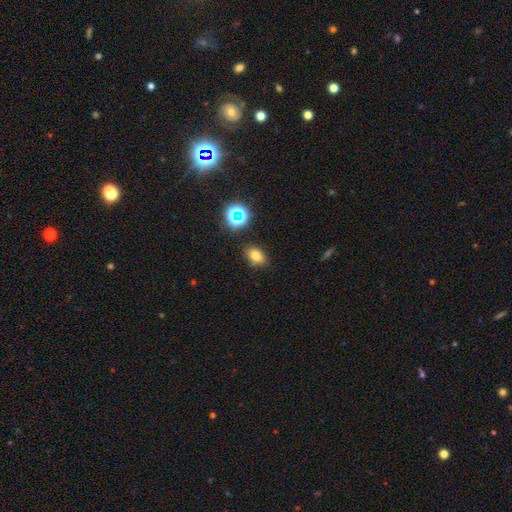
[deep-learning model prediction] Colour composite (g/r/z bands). It shows a smooth galaxy with no disk features (74%) that is in between round and cigar-shaped (80%). Merging: none (84%).